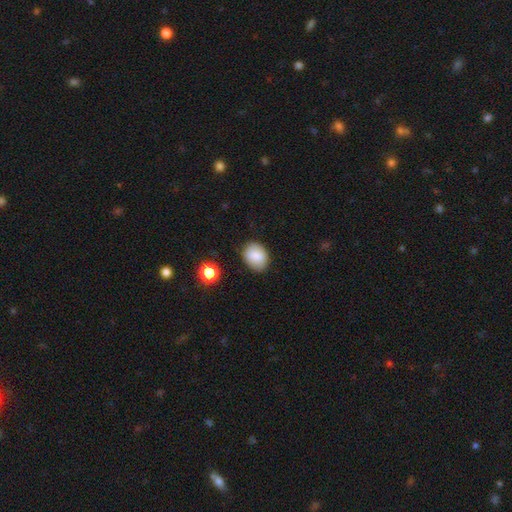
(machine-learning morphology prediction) The model was most divided on "how rounded": in between: 67%, round: 32%, cigar-shaped: 1%. More confident: smooth or featured — smooth (85%); merging — none (83%).